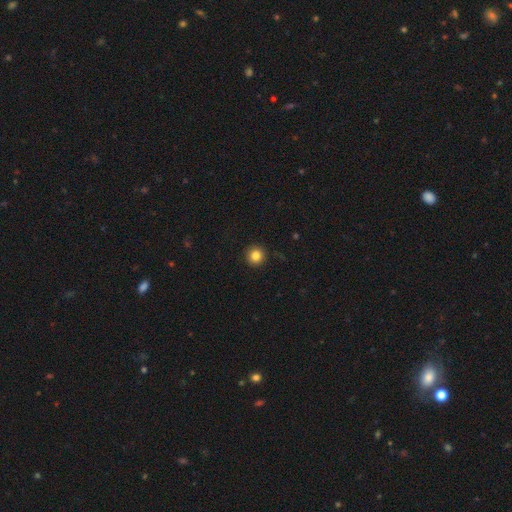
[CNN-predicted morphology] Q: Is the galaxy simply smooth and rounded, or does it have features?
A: smooth — 84%.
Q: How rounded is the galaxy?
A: round — 95%.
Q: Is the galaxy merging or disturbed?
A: none — 92%.